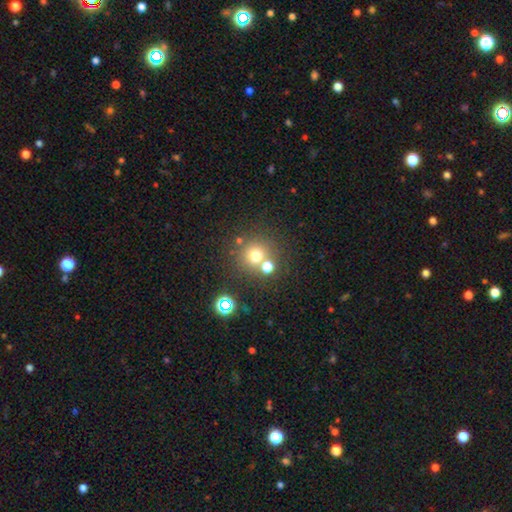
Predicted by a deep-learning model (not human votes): smooth 69%, star or artifact 21%, featured or disk 10%. Down the decision tree: how rounded — round (93%); merging — none (68%).